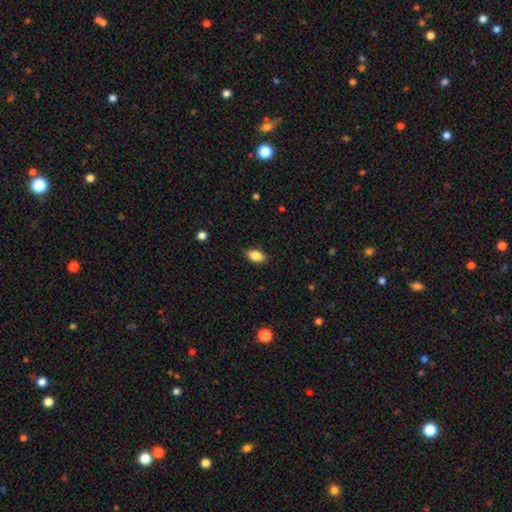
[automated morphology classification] This appears to be a smooth galaxy with no disk features (85%) that is in between round and cigar-shaped (90%). Merging: none (87%).